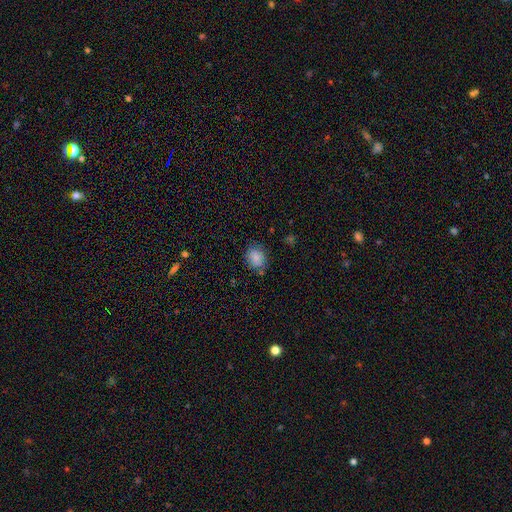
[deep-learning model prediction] Overall: smooth (73%). How rounded: round (63%; in between 36%). Merging: none (79%).